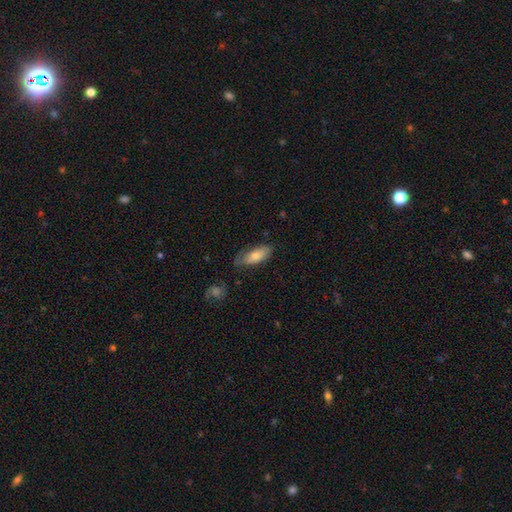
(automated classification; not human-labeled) Morphology: type=smooth (75%); roundness=in between (73%); merging=none (68%).